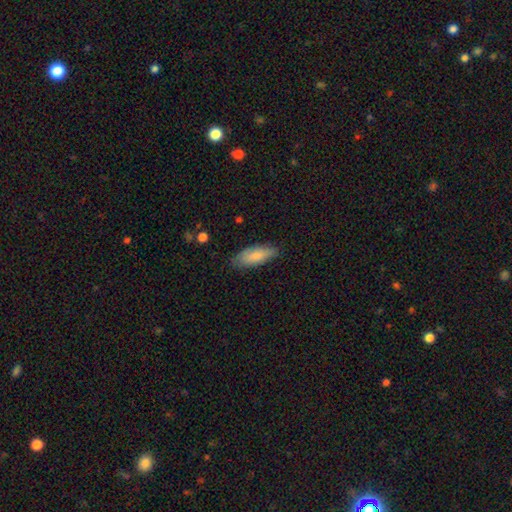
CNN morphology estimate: A smooth galaxy with no disk features (81%) that is in between round and cigar-shaped (71%). Merging: none (76%).